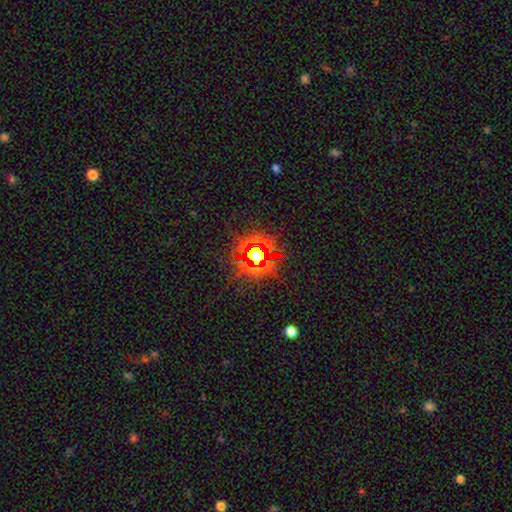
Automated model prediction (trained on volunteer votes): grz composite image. It shows a star or artifact, not a galaxy (74%).